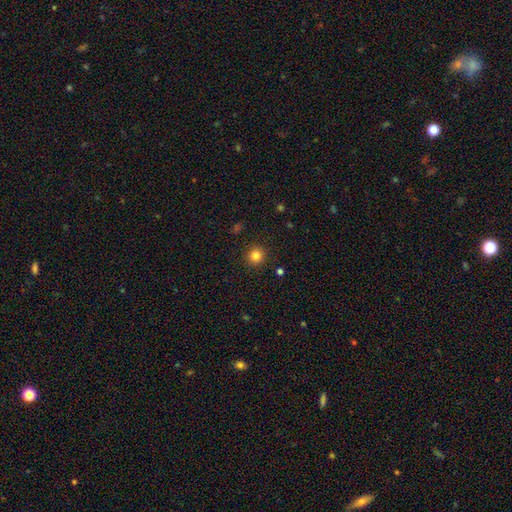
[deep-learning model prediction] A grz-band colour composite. It shows a smooth galaxy with no disk features (83%) that is round (94%). Merging: none (91%).